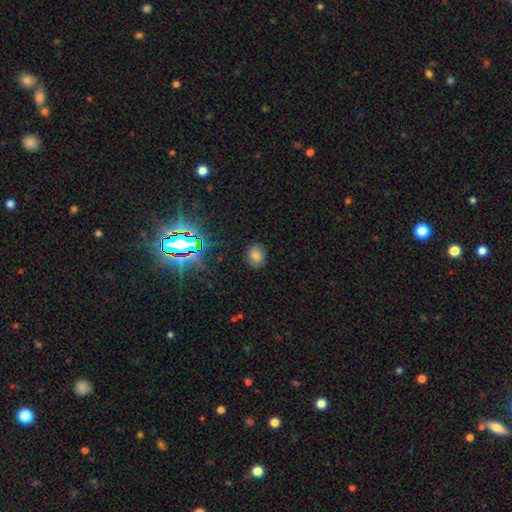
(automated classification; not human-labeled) smooth_or_featured: smooth (p=0.56) [alt: star or artifact p=0.33]
how_rounded: round (p=0.50) [alt: in between p=0.48]
merging: none (p=0.85) [alt: minor disturbance p=0.11]